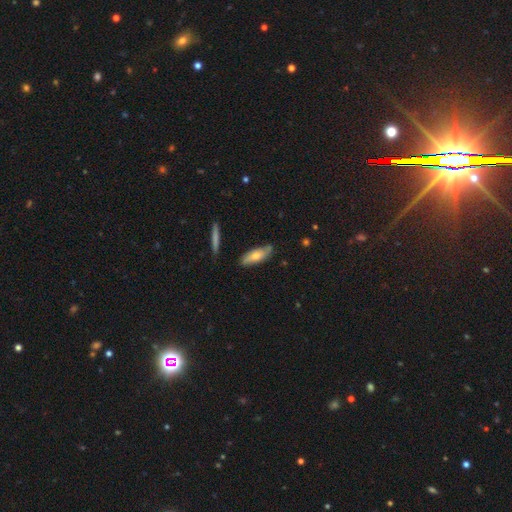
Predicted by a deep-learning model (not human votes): smooth-or-featured: smooth: 63% | featured or disk: 31% | star or artifact: 6%
  how-rounded: in between: 59% | cigar-shaped: 38% | round: 2%
  merging: none: 75% | minor disturbance: 19% | merger: 3% | major disturbance: 3%